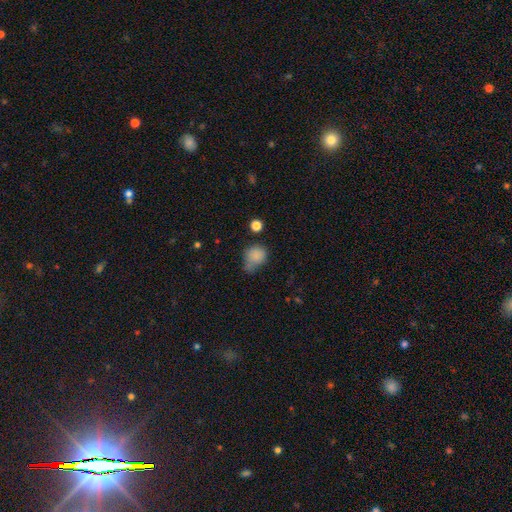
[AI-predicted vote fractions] smooth-or-featured: smooth: 82% | star or artifact: 11% | featured or disk: 7%
  how-rounded: round: 67% | in between: 32% | cigar-shaped: 1%
  merging: none: 43% | minor disturbance: 31% | major disturbance: 14% | merger: 12%